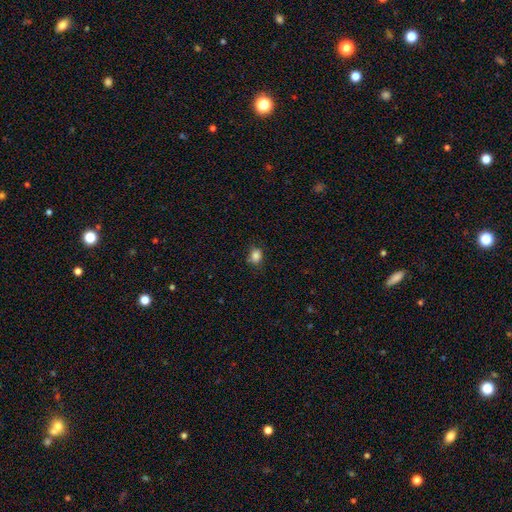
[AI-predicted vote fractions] Smooth or featured: smooth — 84% (star or artifact — 11%)
How rounded: round — 57% (in between — 42%)
Merging: none — 77% (minor disturbance — 18%)